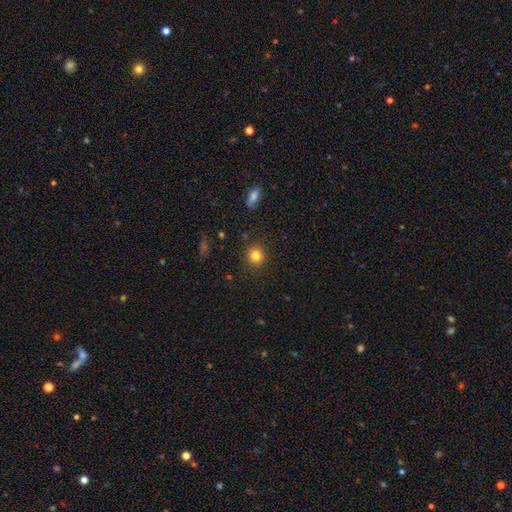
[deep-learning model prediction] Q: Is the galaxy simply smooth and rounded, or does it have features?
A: smooth — 82%.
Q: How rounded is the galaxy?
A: round — 88%.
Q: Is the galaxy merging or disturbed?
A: none — 89%.